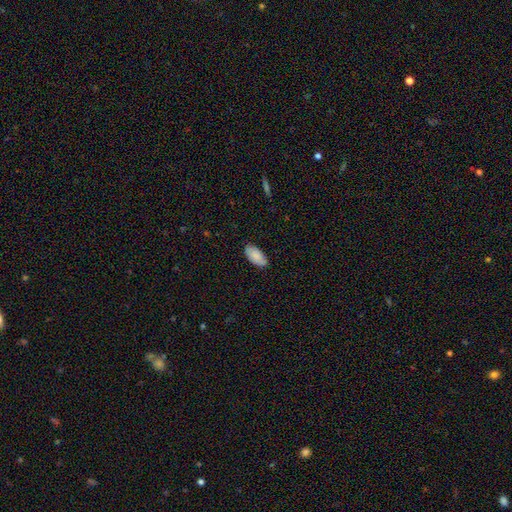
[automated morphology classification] This appears to be a smooth galaxy with no disk features (85%) that is in between round and cigar-shaped (94%). Merging: none (82%).